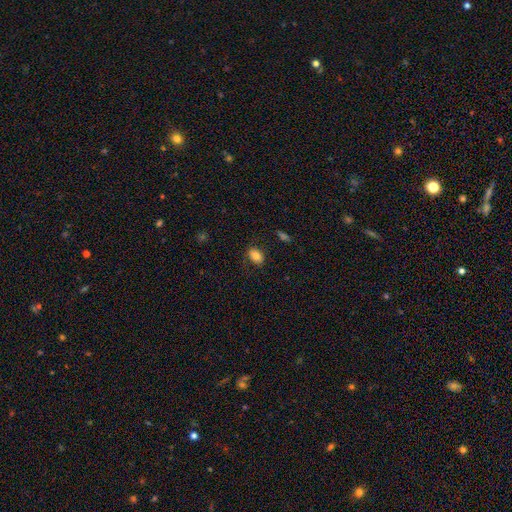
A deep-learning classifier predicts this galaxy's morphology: The model was most divided on "how rounded": in between: 83%, round: 15%, cigar-shaped: 1%. More confident: merging — none (83%); smooth or featured — smooth (81%).